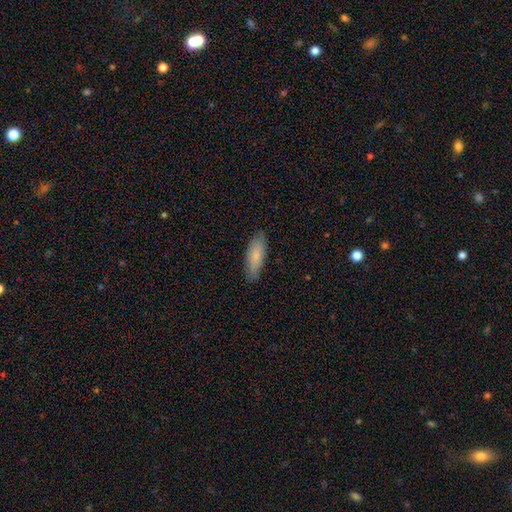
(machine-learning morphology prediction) This is likely a smooth galaxy (78%). How rounded: likely in between (60%). Merging: clearly none (84%).